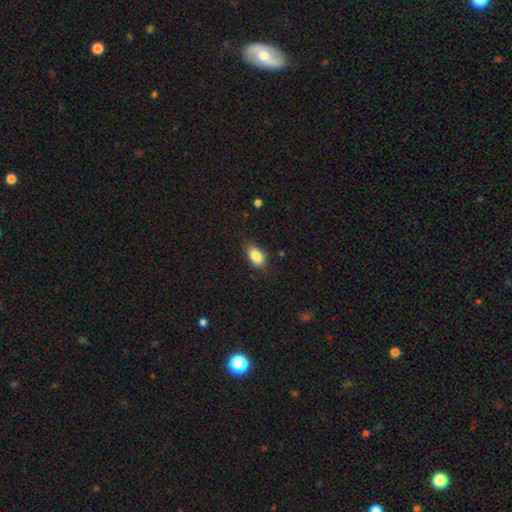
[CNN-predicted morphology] Q: Smooth or featured?
A: smooth (84%); runner-up: star or artifact (8%)
Q: How rounded?
A: in between (88%); runner-up: round (9%)
Q: Merging?
A: none (76%); runner-up: minor disturbance (19%)